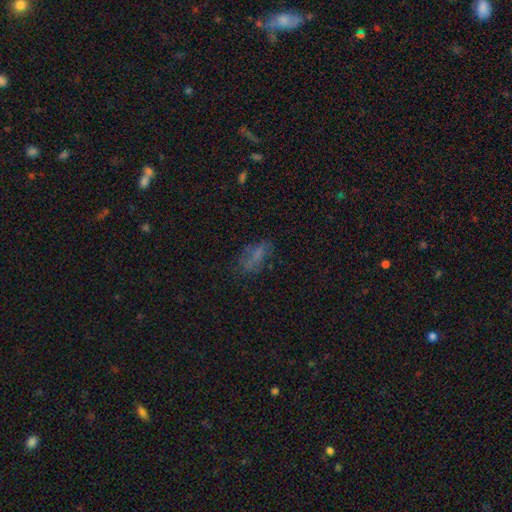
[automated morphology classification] The model was most divided on "merging": none: 58%, minor disturbance: 23%, major disturbance: 15%, merger: 4%. More confident: how rounded — in between (81%); smooth or featured — smooth (58%).